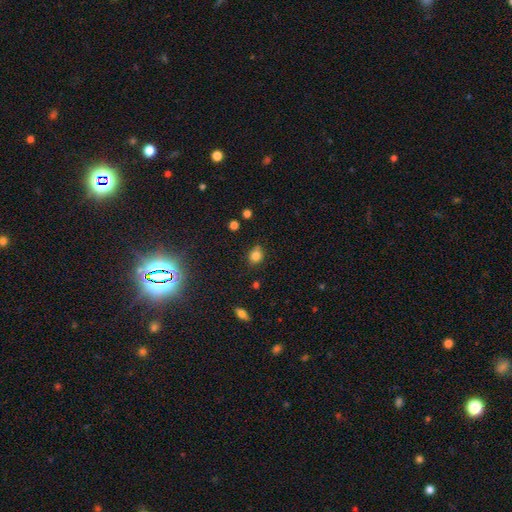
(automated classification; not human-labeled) Q: Smooth or featured?
A: smooth (82%); runner-up: star or artifact (12%)
Q: How rounded?
A: round (56%); runner-up: in between (43%)
Q: Merging?
A: none (76%); runner-up: minor disturbance (18%)